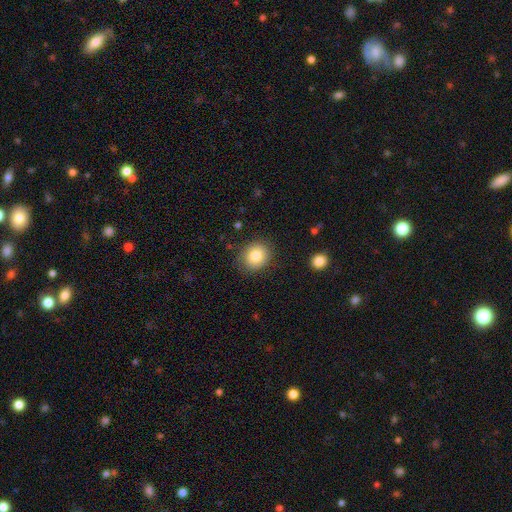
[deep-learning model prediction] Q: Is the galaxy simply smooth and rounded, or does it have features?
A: smooth — 82%.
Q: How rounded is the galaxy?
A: round — 72%.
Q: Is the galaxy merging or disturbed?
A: none — 84%.